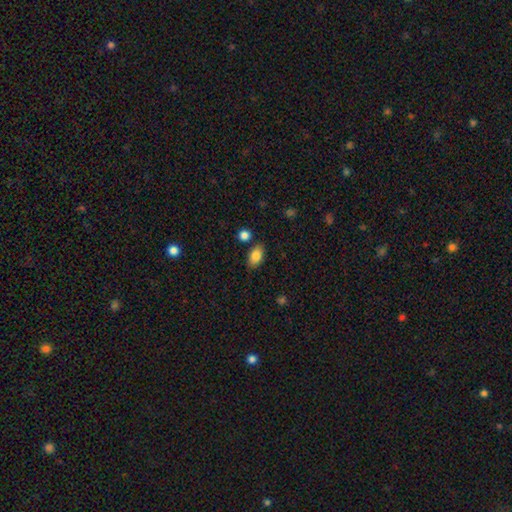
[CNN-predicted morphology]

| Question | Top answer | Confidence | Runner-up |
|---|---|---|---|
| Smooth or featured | smooth | 84% | star or artifact (8%) |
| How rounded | in between | 89% | round (9%) |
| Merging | none | 81% | minor disturbance (12%) |